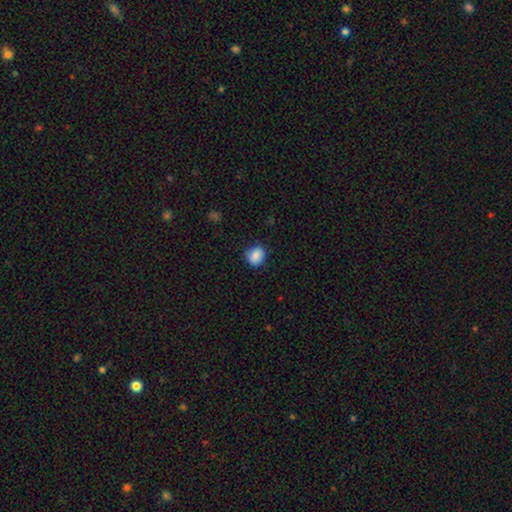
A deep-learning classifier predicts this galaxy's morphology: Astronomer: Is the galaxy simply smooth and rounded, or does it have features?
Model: smooth — 85%.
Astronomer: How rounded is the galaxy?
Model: round — 73%.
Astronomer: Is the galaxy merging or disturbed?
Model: none — 83%.